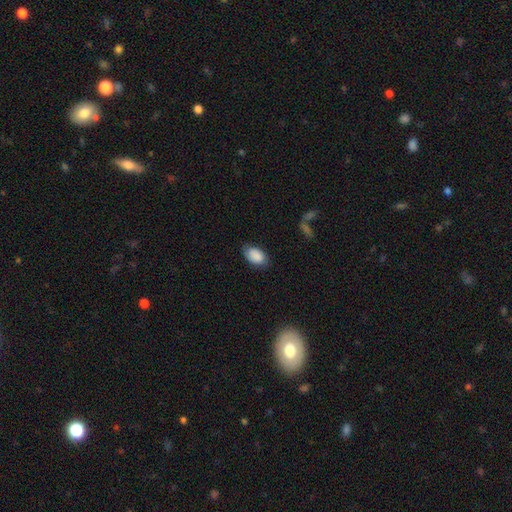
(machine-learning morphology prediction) smooth_or_featured: smooth (p=0.85) [alt: featured or disk p=0.08]
how_rounded: in between (p=0.91) [alt: round p=0.08]
merging: none (p=0.71) [alt: minor disturbance p=0.22]